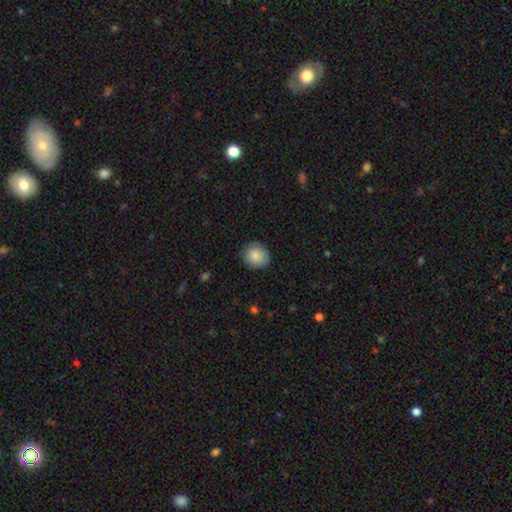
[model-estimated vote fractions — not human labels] smooth-or-featured: smooth: 87% | star or artifact: 7% | featured or disk: 5%
  how-rounded: round: 80% | in between: 19% | cigar-shaped: 1%
  merging: none: 86% | minor disturbance: 10% | major disturbance: 2% | merger: 1%